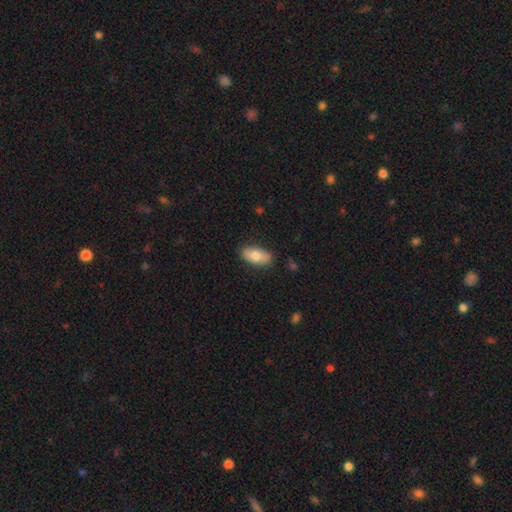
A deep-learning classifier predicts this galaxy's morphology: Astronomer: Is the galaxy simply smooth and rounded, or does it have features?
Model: smooth — 75%.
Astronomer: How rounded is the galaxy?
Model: in between — 90%.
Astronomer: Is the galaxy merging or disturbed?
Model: none — 85%.